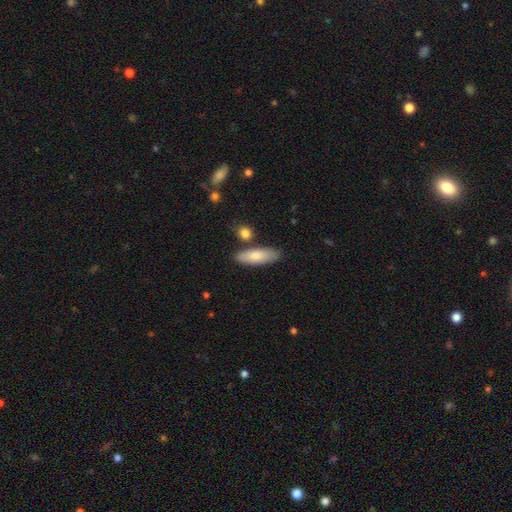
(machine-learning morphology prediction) Q: Smooth or featured?
A: smooth (78%); runner-up: featured or disk (17%)
Q: How rounded?
A: in between (61%); runner-up: cigar-shaped (37%)
Q: Merging?
A: none (78%); runner-up: minor disturbance (12%)